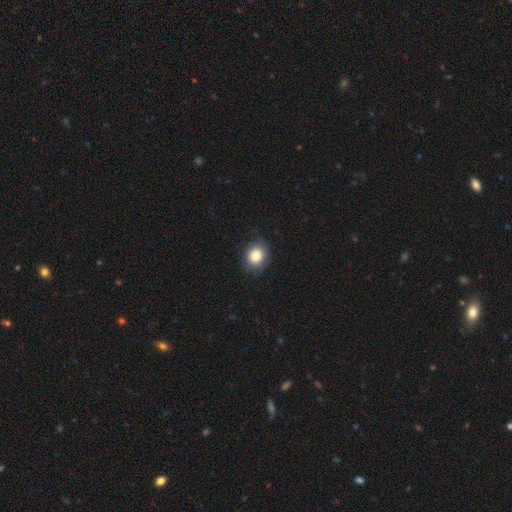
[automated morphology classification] smooth_or_featured: smooth (p=0.85) [alt: star or artifact p=0.09]
how_rounded: round (p=0.54) [alt: in between p=0.46]
merging: none (p=0.84) [alt: minor disturbance p=0.12]